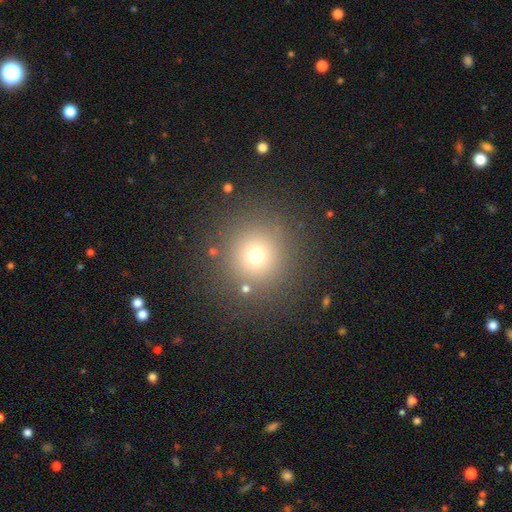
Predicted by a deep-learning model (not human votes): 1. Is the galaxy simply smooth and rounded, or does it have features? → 69% smooth, 21% star or artifact, 10% featured or disk.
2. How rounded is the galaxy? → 95% round, 4% in between, 1% cigar-shaped.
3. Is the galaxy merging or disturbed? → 86% none, 7% minor disturbance, 4% major disturbance, 3% merger.